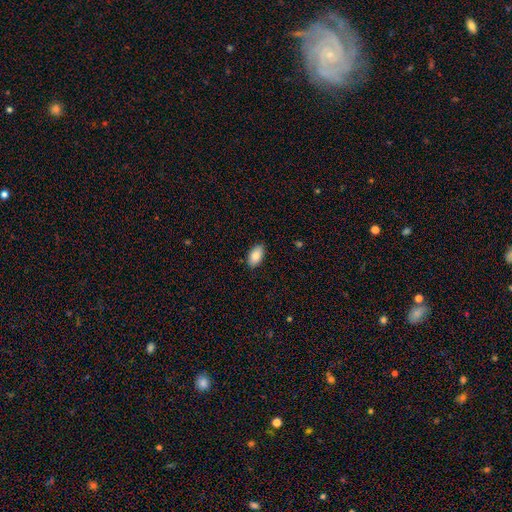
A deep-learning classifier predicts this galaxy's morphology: Smooth or featured? Predicted: smooth (p=0.86). How rounded? Predicted: in between (p=0.94). Merging? Predicted: none (p=0.86).